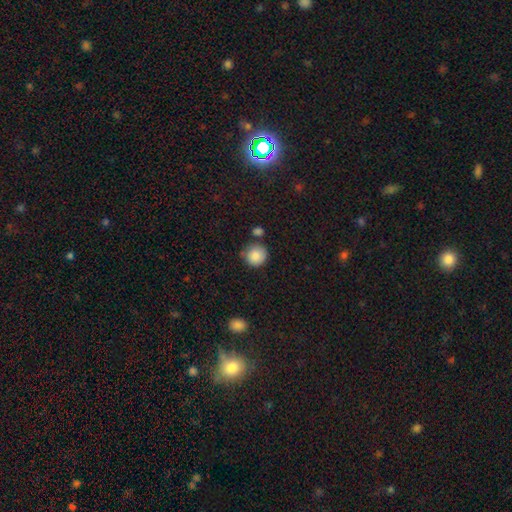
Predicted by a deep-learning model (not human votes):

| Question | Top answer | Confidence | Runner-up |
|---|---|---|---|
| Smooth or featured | smooth | 87% | star or artifact (8%) |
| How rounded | round | 93% | in between (6%) |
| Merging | none | 75% | minor disturbance (13%) |